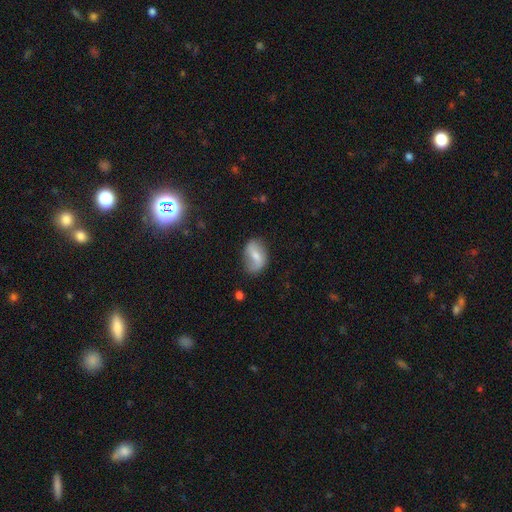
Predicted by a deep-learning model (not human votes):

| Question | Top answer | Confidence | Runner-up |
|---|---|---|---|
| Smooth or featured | smooth | 49% | featured or disk (44%) |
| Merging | none | 66% | minor disturbance (24%) |